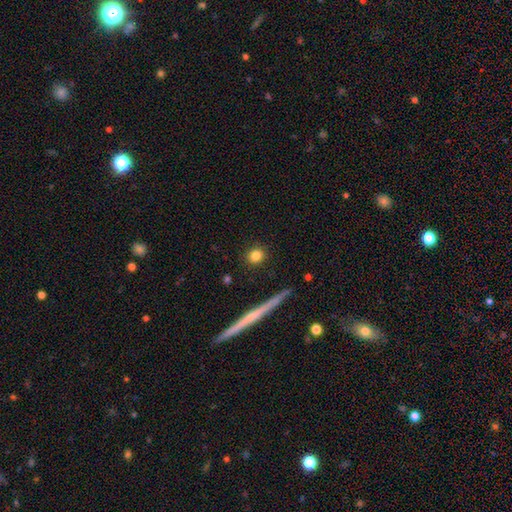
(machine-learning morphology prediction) smooth-or-featured: smooth: 82% | star or artifact: 10% | featured or disk: 9%
  how-rounded: round: 88% | in between: 9% | cigar-shaped: 3%
  merging: none: 90% | minor disturbance: 6% | major disturbance: 2% | merger: 2%